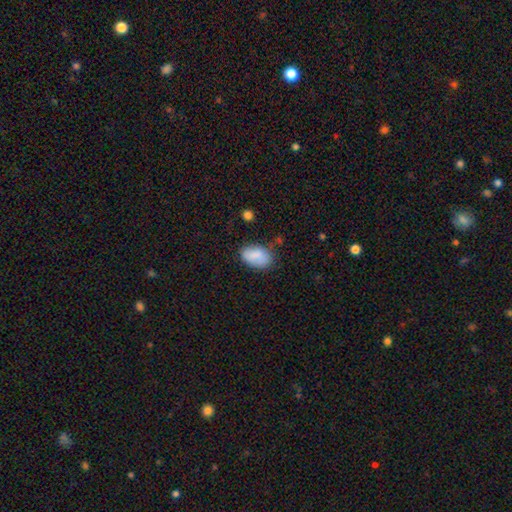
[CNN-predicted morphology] A smooth galaxy with no disk features (86%) that is in between round and cigar-shaped (91%).

Vote fractions:
- Smooth or featured? smooth: 86% / star or artifact: 7% / featured or disk: 7%
- How rounded? in between: 91% / round: 7% / cigar-shaped: 1%
- Merging? none: 68% / minor disturbance: 23% / major disturbance: 6% / merger: 3%